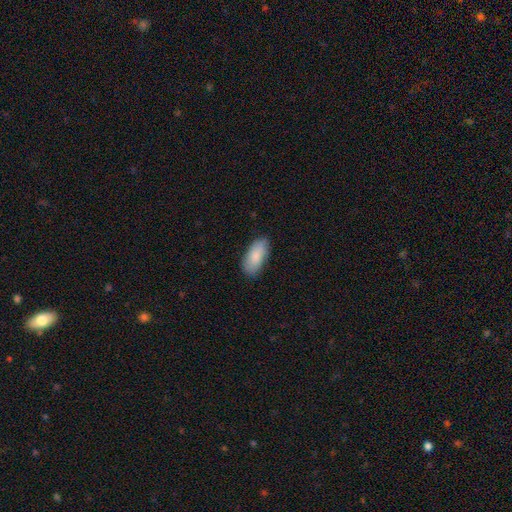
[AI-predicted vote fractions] smooth_or_featured: smooth (p=0.86) [alt: featured or disk p=0.08]
how_rounded: in between (p=0.90) [alt: cigar-shaped p=0.08]
merging: none (p=0.81) [alt: minor disturbance p=0.15]